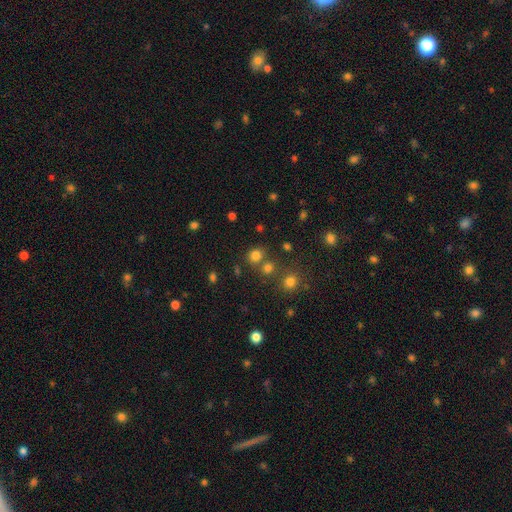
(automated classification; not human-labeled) Smooth or featured? Predicted: smooth (p=0.75). How rounded? Predicted: round (p=0.77). Merging? Predicted: none (p=0.71).